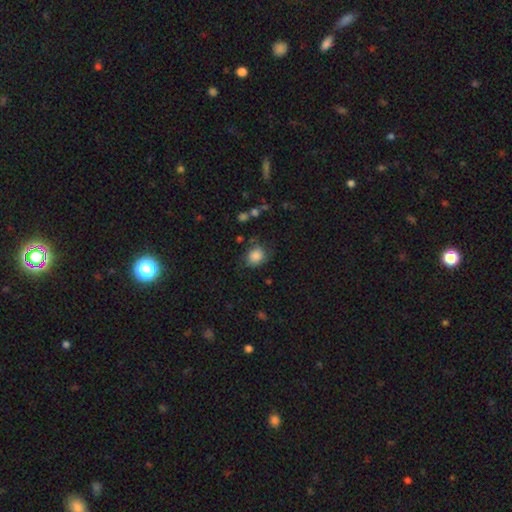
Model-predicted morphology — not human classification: Overall: smooth (85%). How rounded: round (61%; in between 39%). Merging: none (68%).